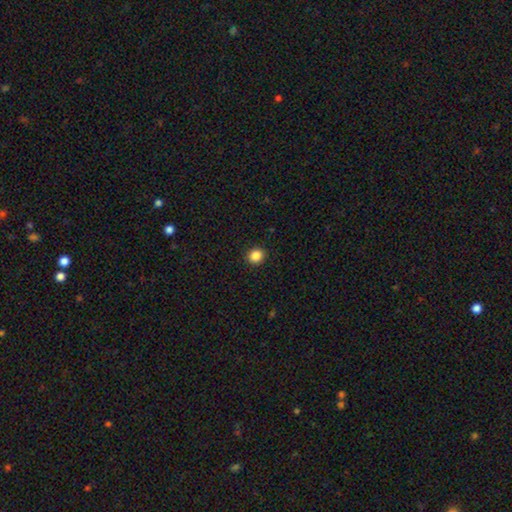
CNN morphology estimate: The model was most divided on "how rounded": round: 83%, in between: 16%, cigar-shaped: 1%. More confident: merging — none (92%); smooth or featured — smooth (86%).